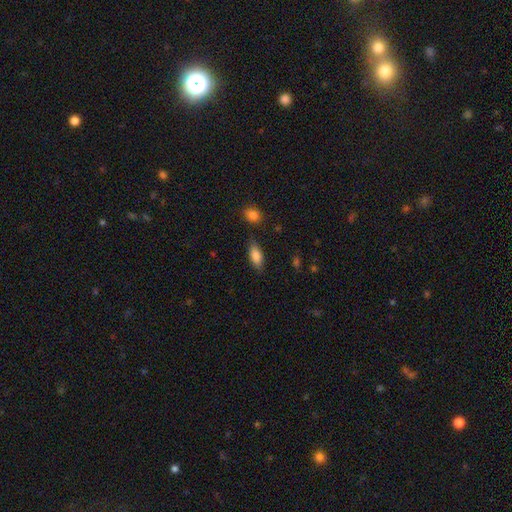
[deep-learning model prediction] Smooth or featured?
  - smooth: 85% *
  - featured or disk: 8%
  - star or artifact: 7%
How rounded?
  - in between: 84% *
  - cigar-shaped: 13%
  - round: 3%
Merging?
  - none: 81% *
  - minor disturbance: 13%
  - major disturbance: 3%
  - merger: 3%